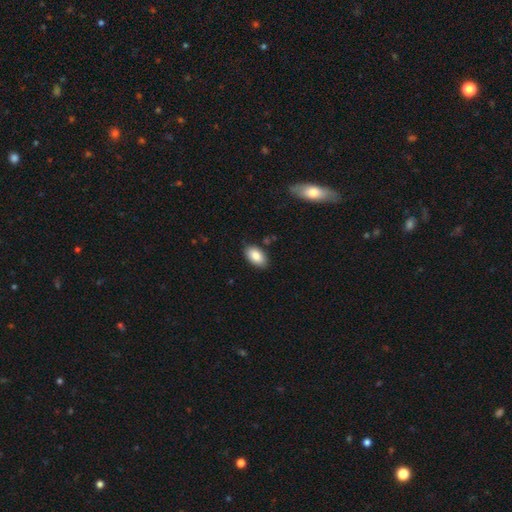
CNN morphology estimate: Q: Smooth or featured?
A: smooth (86%); runner-up: featured or disk (7%)
Q: How rounded?
A: in between (94%); runner-up: round (5%)
Q: Merging?
A: none (85%); runner-up: minor disturbance (11%)